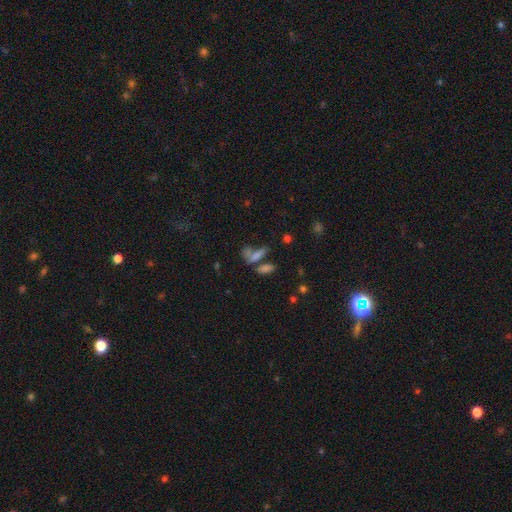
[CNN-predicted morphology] Overall: smooth (66%). How rounded: in between (46%, tied with cigar-shaped). Merging: none (42%; merger 37%).